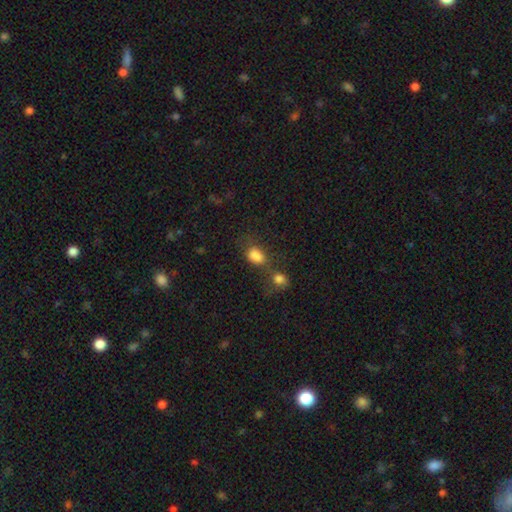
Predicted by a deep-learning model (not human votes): Q: Smooth or featured?
A: smooth (81%); runner-up: star or artifact (11%)
Q: How rounded?
A: in between (75%); runner-up: round (23%)
Q: Merging?
A: merger (41%); runner-up: none (33%)